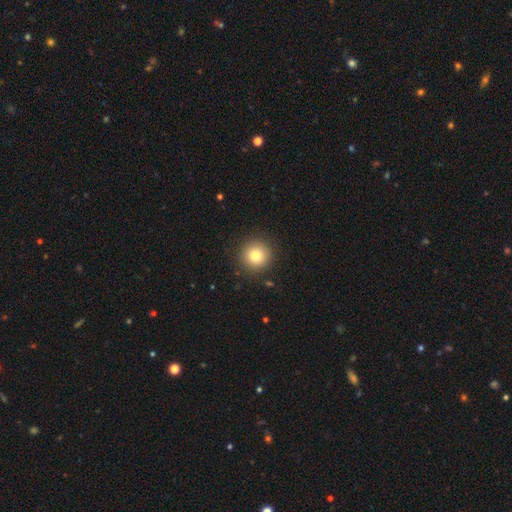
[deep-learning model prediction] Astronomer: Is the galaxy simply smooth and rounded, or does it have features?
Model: smooth — 79%.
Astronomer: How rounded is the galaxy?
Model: round — 95%.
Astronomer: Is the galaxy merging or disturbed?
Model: none — 90%.